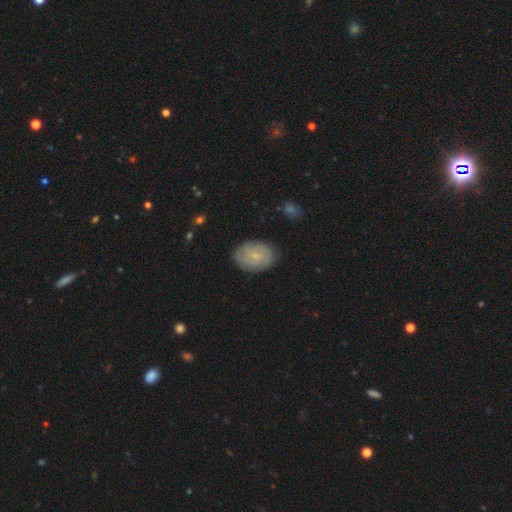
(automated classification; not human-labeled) Morphology: type=smooth (54%); roundness=in between (79%); merging=none (83%).